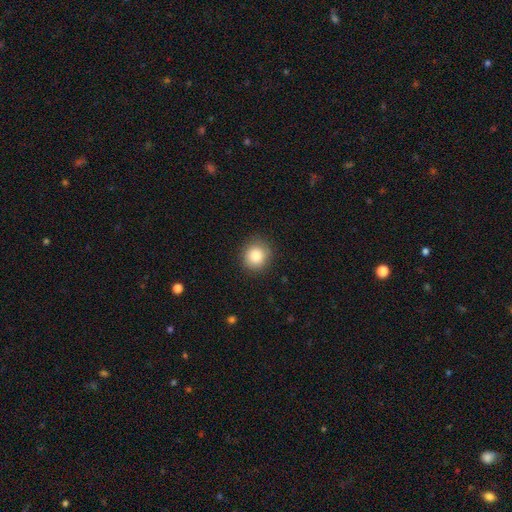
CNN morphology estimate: Smooth or featured? Predicted: smooth (p=0.85). How rounded? Predicted: round (p=0.88). Merging? Predicted: none (p=0.87).